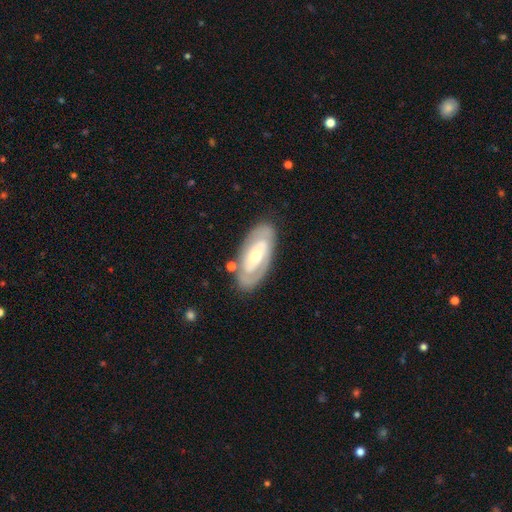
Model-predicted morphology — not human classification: A featured or disk galaxy (70%) with no bar (62%), spiral arms (58%) and a moderate central bulge (55%).

Vote fractions:
- Smooth or featured? featured or disk: 70% / smooth: 25% / star or artifact: 5%
- Edge-on disk? no: 91% / yes: 9%
- Bar? no: 62% / weak: 24% / strong: 14%
- Spiral arms? yes: 58% / no: 42%
- Bulge size? moderate: 55% / small: 38% / large: 4% / dominant: 1% / none: 1%
- Merging? none: 78% / minor disturbance: 14% / major disturbance: 5% / merger: 4%